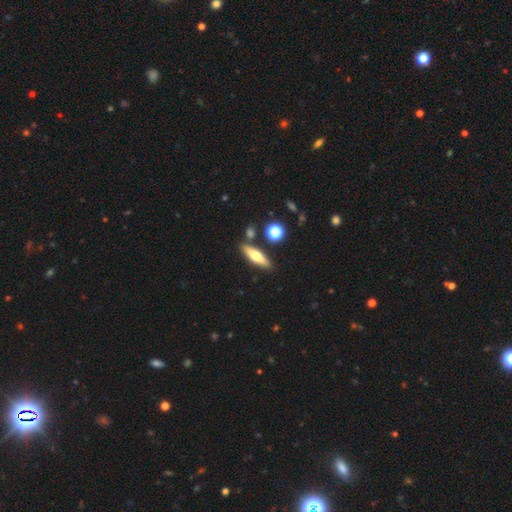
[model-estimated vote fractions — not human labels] smooth_or_featured: smooth (p=0.52) [alt: featured or disk p=0.40]
how_rounded: cigar-shaped (p=0.62) [alt: in between p=0.34]
merging: none (p=0.80) [alt: minor disturbance p=0.10]